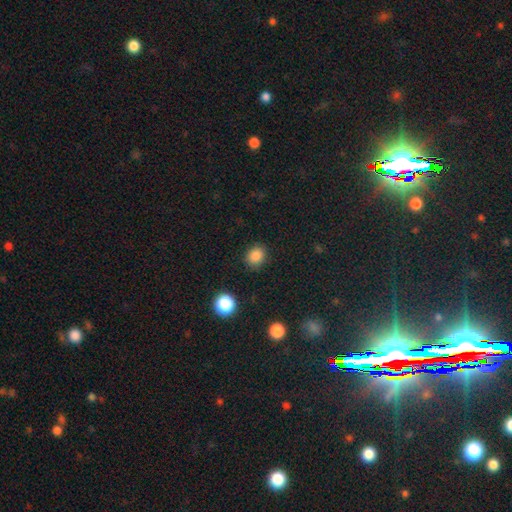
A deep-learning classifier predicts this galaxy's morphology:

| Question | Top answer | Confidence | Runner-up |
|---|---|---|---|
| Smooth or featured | smooth | 85% | star or artifact (12%) |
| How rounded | round | 69% | in between (30%) |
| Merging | none | 87% | minor disturbance (9%) |